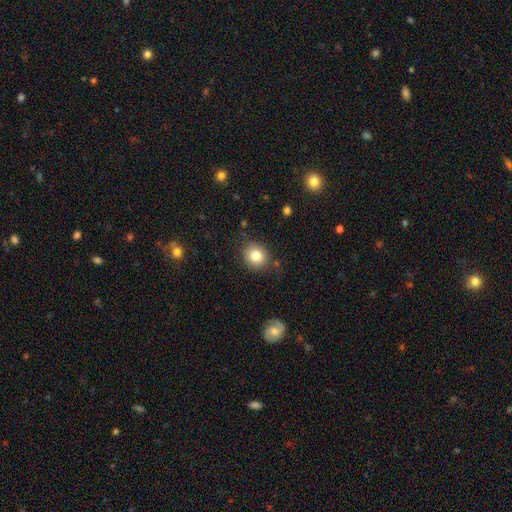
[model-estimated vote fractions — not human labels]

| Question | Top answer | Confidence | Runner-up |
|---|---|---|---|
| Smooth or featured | smooth | 81% | star or artifact (10%) |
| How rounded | round | 79% | in between (20%) |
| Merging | none | 85% | minor disturbance (10%) |